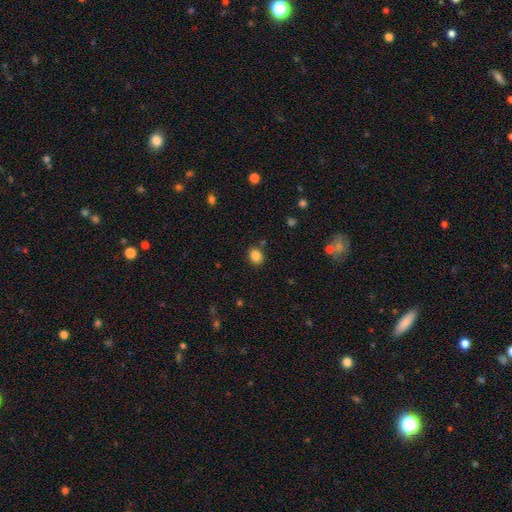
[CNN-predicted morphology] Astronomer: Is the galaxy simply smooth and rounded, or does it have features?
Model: smooth — 85%.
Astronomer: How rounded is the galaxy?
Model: round — 56% (runner-up: in between, 43%).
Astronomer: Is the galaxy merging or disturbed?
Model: none — 83%.